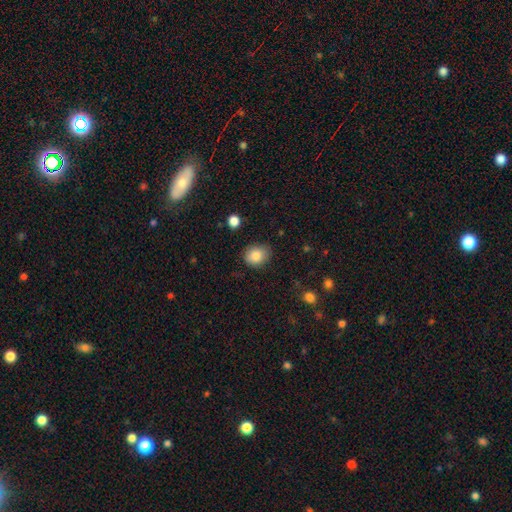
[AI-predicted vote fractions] Smooth or featured?
  - smooth: 85% *
  - star or artifact: 9%
  - featured or disk: 6%
How rounded?
  - round: 57% *
  - in between: 43%
  - cigar-shaped: 1%
Merging?
  - none: 80% *
  - minor disturbance: 16%
  - major disturbance: 3%
  - merger: 1%